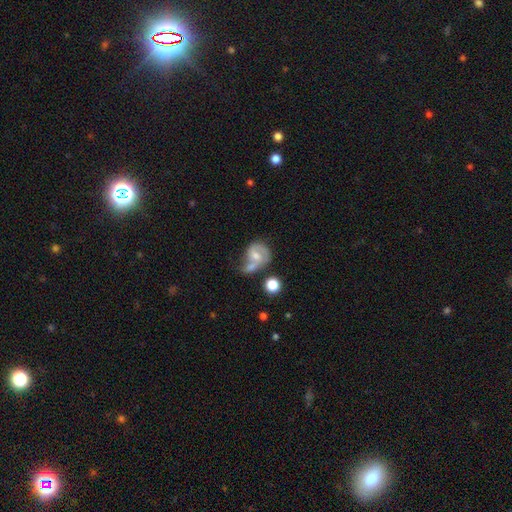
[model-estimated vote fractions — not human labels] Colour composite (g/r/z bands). It shows a featured or disk galaxy (60%) with a weak bar (44%), spiral arms (80%) and a moderate central bulge (49%). Merging: merger (35%).